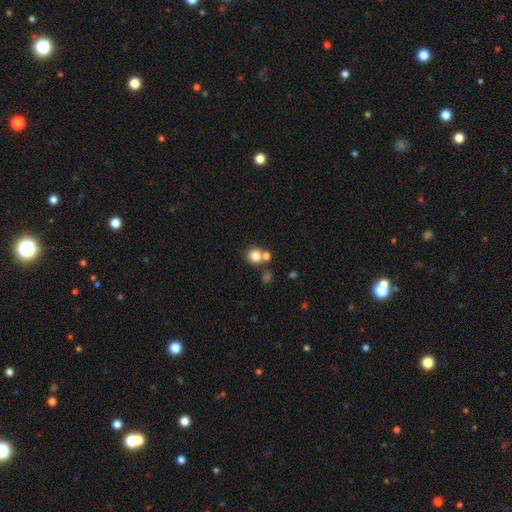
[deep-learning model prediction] Smooth or featured? Predicted: smooth (p=0.80). How rounded? Predicted: round (p=0.87). Merging? Predicted: none (p=0.56).